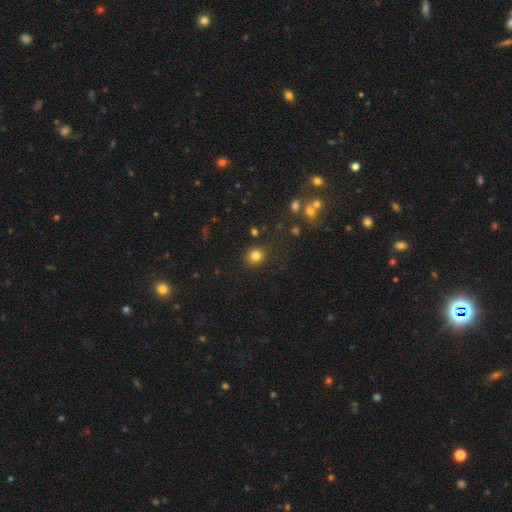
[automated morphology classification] smooth_or_featured: smooth (p=0.81) [alt: star or artifact p=0.13]
how_rounded: round (p=0.83) [alt: in between p=0.16]
merging: none (p=0.85) [alt: minor disturbance p=0.10]